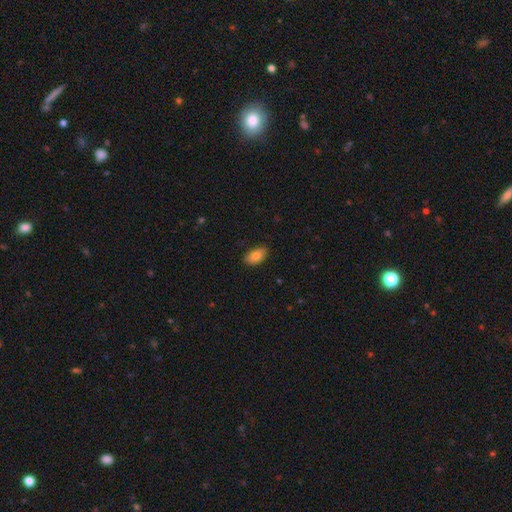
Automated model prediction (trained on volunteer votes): Smooth or featured: smooth — 82% (featured or disk — 10%)
How rounded: in between — 93% (round — 5%)
Merging: none — 85% (minor disturbance — 12%)